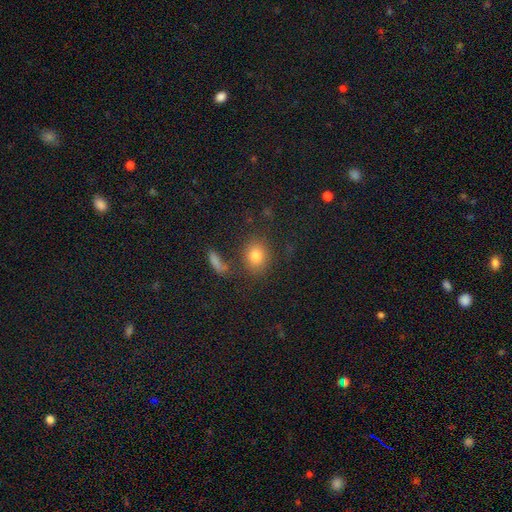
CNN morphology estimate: smooth-or-featured: smooth: 79% | star or artifact: 13% | featured or disk: 8%
  how-rounded: round: 71% | in between: 27% | cigar-shaped: 2%
  merging: none: 78% | minor disturbance: 10% | merger: 7% | major disturbance: 5%